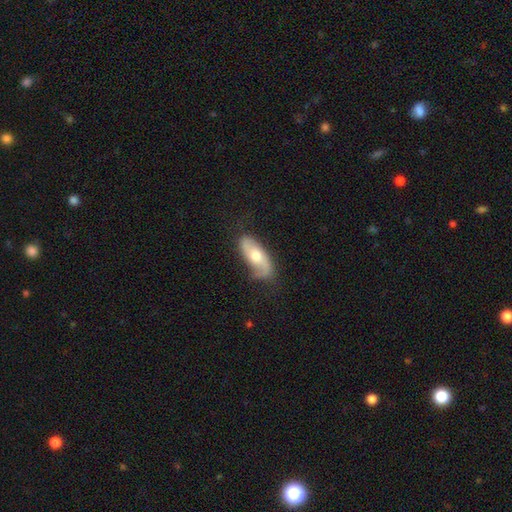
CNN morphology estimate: This appears to be a featured or disk galaxy (53%). Merging: none (64%).